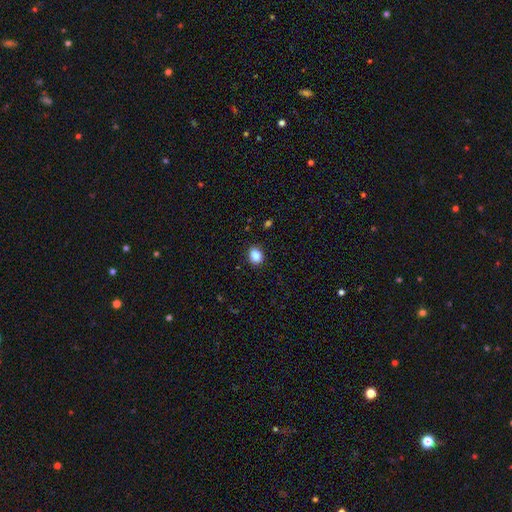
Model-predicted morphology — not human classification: type=smooth (88%); roundness=in between (57%); merging=none (87%).